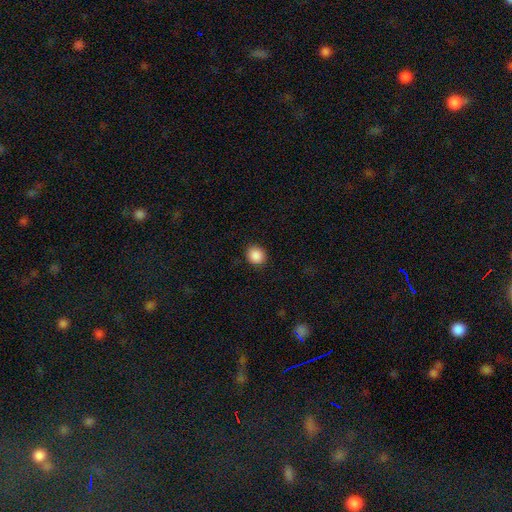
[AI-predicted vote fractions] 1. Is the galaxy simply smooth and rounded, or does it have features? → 89% smooth, 9% star or artifact, 3% featured or disk.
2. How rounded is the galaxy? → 82% round, 17% in between, 1% cigar-shaped.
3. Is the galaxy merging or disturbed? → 89% none, 8% minor disturbance, 2% major disturbance, 1% merger.